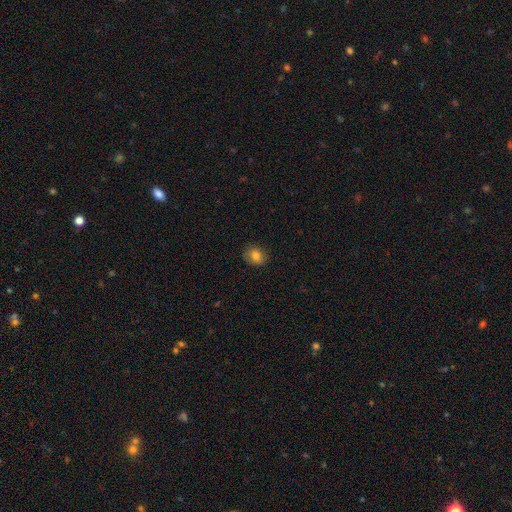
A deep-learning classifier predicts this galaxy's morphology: type=smooth (80%); roundness=round (58%); merging=none (84%).